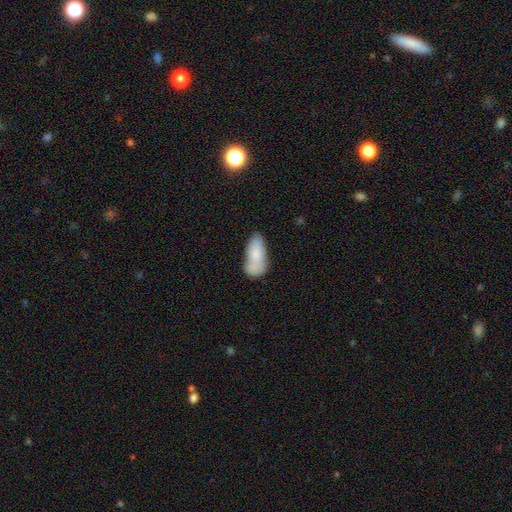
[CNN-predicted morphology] Overall: smooth (78%). How rounded: in between (87%). Merging: none (51%; minor disturbance 28%).